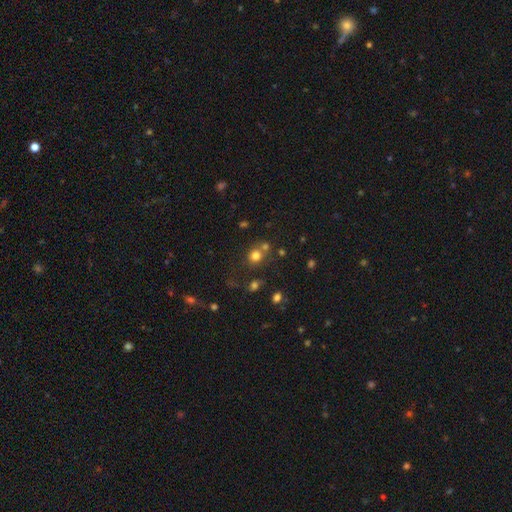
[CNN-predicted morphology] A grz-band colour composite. It shows a smooth galaxy with no disk features (75%) that is round (81%). Merging: none (59%).